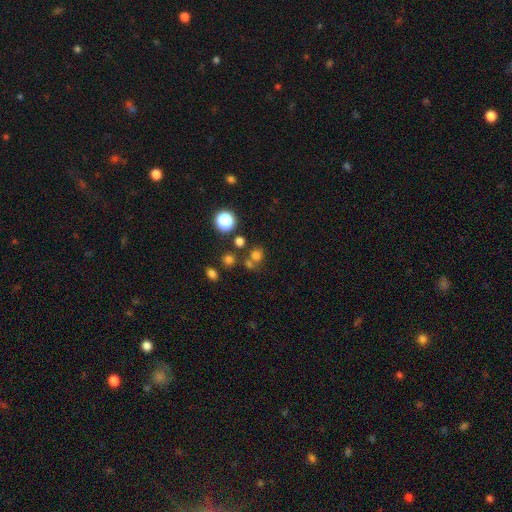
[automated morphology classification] The model was most divided on "merging": none: 62%, merger: 25%, minor disturbance: 9%, major disturbance: 5%. More confident: how rounded — round (83%); smooth or featured — smooth (66%).